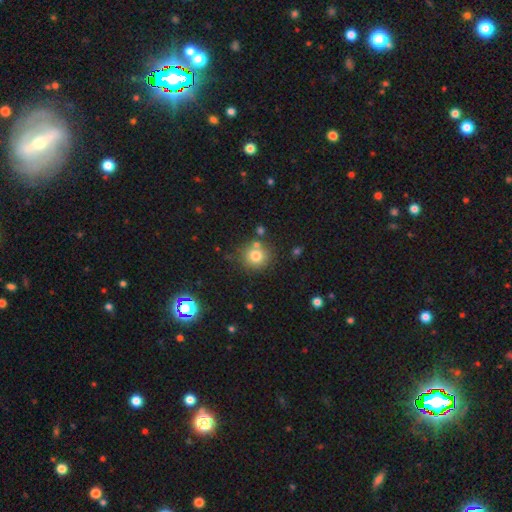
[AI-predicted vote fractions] This appears to be a smooth galaxy with no disk features (78%) that is round (89%). Merging: none (73%).